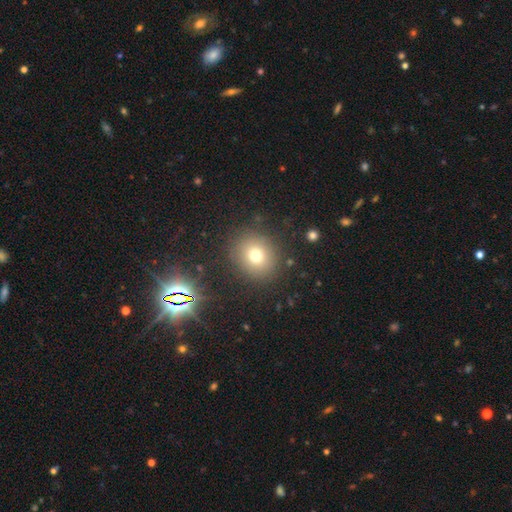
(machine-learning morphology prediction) This is likely a smooth galaxy (72%). How rounded: clearly round (82%). Merging: clearly none (86%).